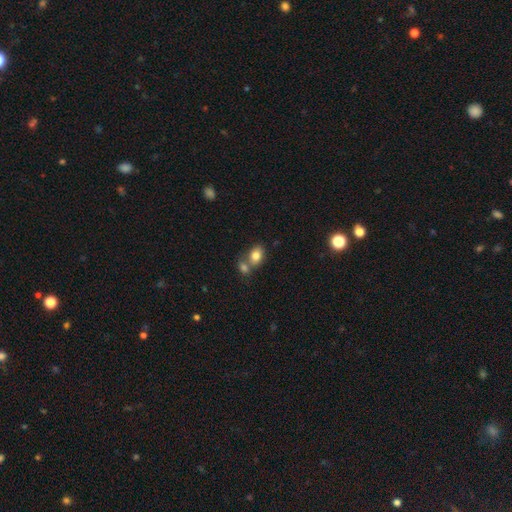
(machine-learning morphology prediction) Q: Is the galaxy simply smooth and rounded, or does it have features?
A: smooth — 80%.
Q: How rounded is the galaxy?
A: in between — 69%.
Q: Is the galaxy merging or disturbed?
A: merger — 45%.